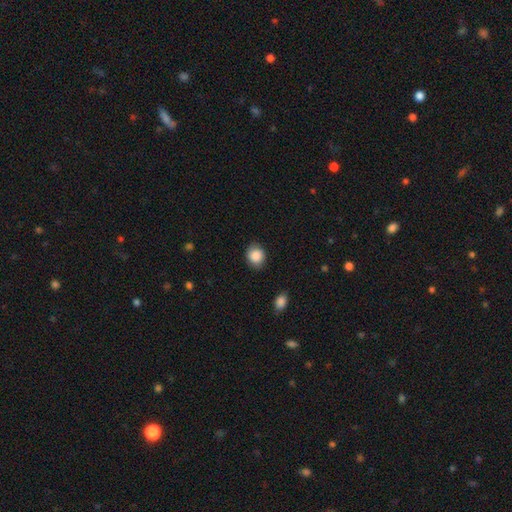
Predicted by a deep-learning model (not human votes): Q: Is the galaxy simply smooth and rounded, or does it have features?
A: smooth — 87%.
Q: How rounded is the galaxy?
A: round — 67%.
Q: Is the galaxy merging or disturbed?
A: none — 81%.